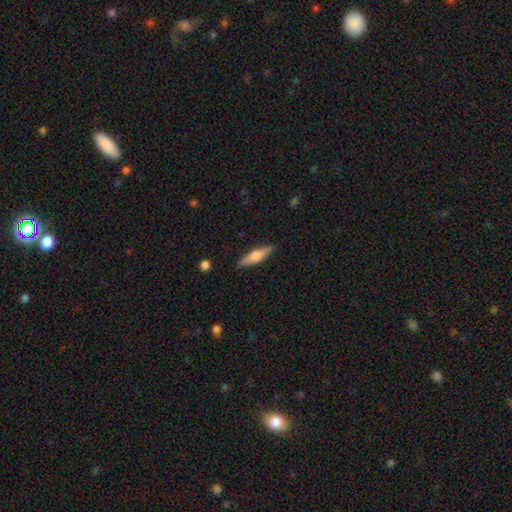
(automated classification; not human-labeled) Smooth or featured?
  - featured or disk: 55% *
  - smooth: 39%
  - star or artifact: 6%
Edge-on disk?
  - yes: 96% *
  - no: 4%
Edge-on bulge?
  - rounded: 89% *
  - boxy: 7%
  - none: 3%
Merging?
  - none: 89% *
  - minor disturbance: 8%
  - major disturbance: 2%
  - merger: 1%